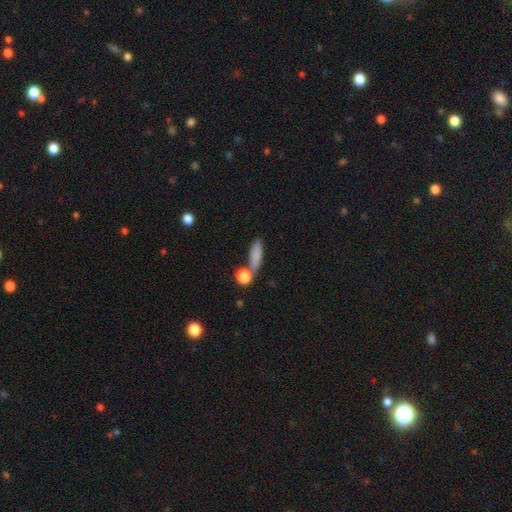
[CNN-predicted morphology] Q: Smooth or featured?
A: smooth (80%); runner-up: featured or disk (11%)
Q: How rounded?
A: in between (49%); runner-up: cigar-shaped (44%)
Q: Merging?
A: none (60%); runner-up: merger (18%)